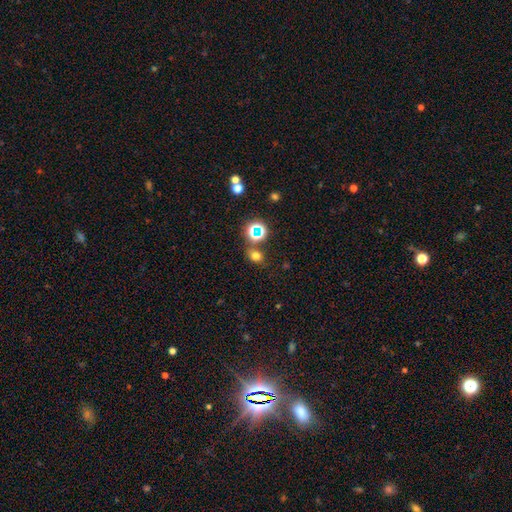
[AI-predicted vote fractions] smooth 67%, star or artifact 26%, featured or disk 7%. Down the decision tree: how rounded — round (61%); merging — none (74%).